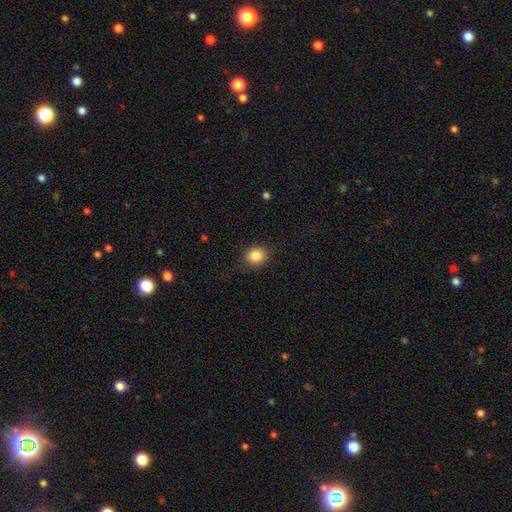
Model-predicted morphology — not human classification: The model was most divided on "how rounded": round: 78%, in between: 21%, cigar-shaped: 1%. More confident: merging — none (86%); smooth or featured — smooth (86%).